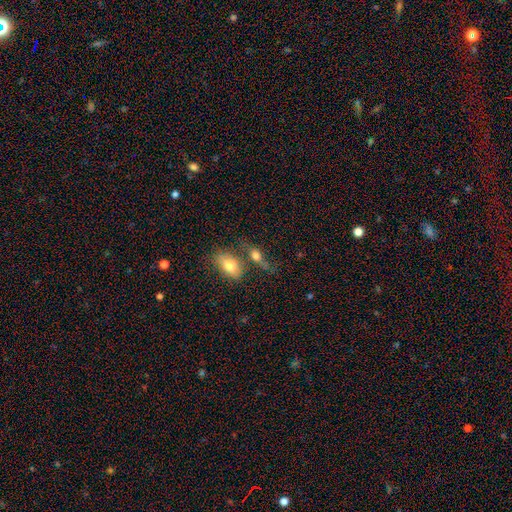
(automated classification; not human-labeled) This is likely a smooth galaxy (69%). How rounded: likely in between (74%). Merging: marginally none (41%).